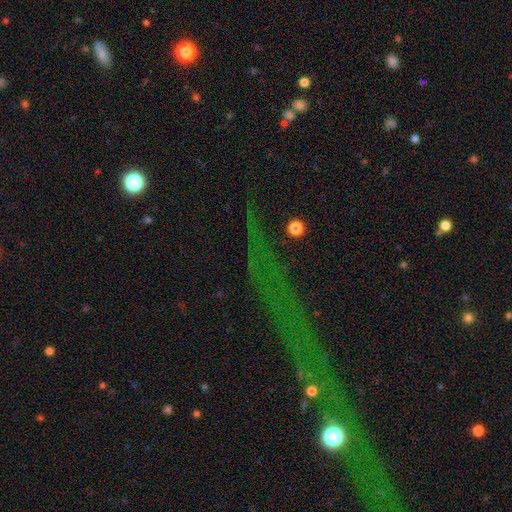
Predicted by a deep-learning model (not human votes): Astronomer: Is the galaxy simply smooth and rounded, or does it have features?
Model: star or artifact — 73%.